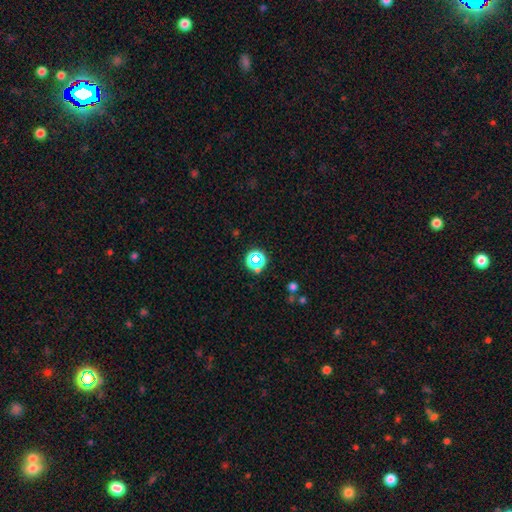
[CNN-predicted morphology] This is possibly a star or artifact rather than a galaxy (54%).